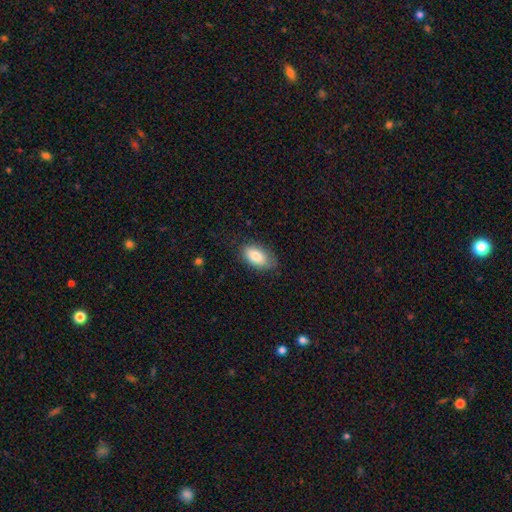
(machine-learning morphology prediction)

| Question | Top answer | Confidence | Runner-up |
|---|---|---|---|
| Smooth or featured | smooth | 81% | featured or disk (12%) |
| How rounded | in between | 93% | round (4%) |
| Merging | none | 76% | minor disturbance (19%) |